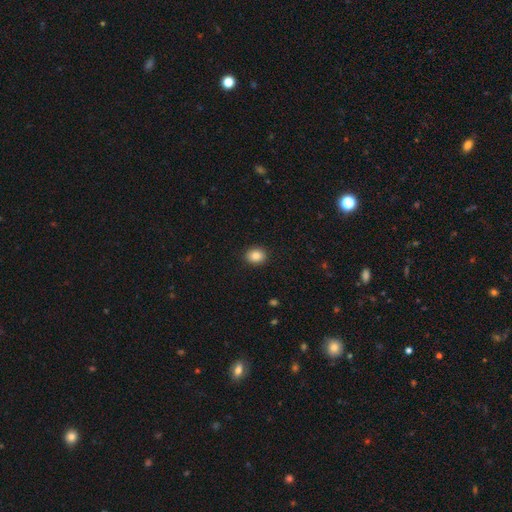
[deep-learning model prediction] smooth-or-featured: smooth: 87% | star or artifact: 9% | featured or disk: 4%
  how-rounded: round: 55% | in between: 44% | cigar-shaped: 1%
  merging: none: 91% | minor disturbance: 6% | major disturbance: 2% | merger: 1%